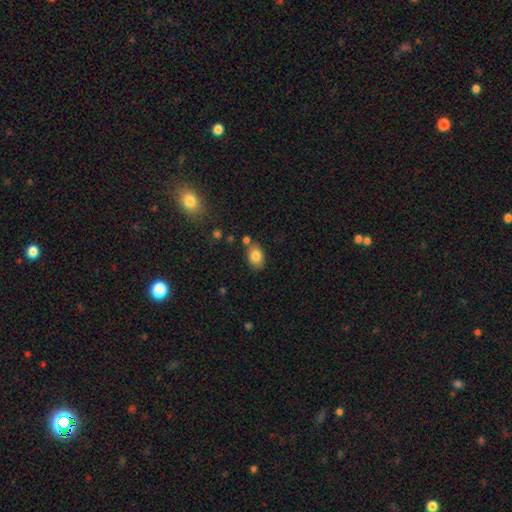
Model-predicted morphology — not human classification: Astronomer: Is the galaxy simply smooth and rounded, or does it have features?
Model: smooth — 83%.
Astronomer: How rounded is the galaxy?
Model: in between — 77%.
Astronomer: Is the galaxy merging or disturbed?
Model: none — 73%.